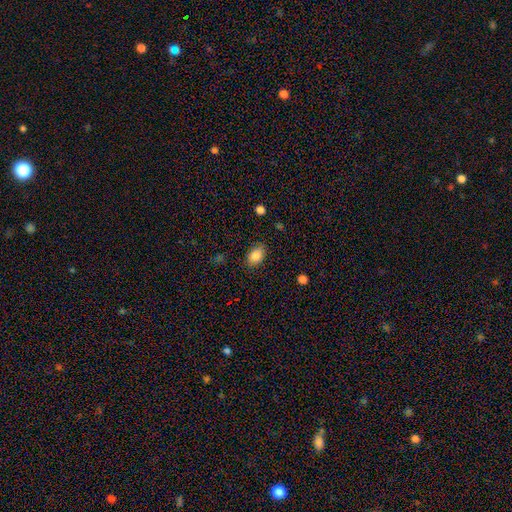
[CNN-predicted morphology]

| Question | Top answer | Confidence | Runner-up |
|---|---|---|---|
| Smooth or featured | smooth | 86% | star or artifact (8%) |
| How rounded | in between | 85% | round (13%) |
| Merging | none | 83% | minor disturbance (12%) |